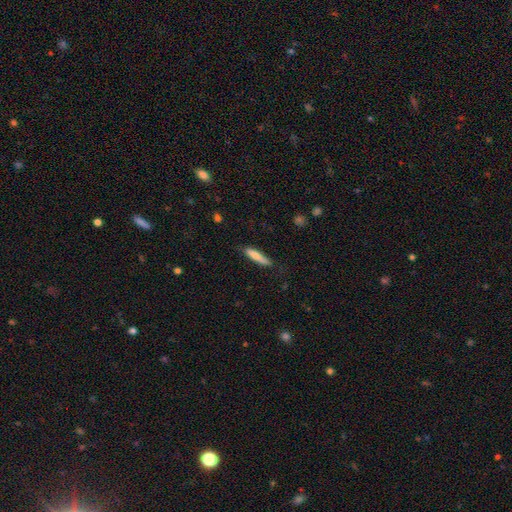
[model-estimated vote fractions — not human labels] smooth-or-featured: smooth: 76% | featured or disk: 18% | star or artifact: 6%
  how-rounded: cigar-shaped: 81% | in between: 17% | round: 1%
  merging: none: 73% | minor disturbance: 21% | major disturbance: 4% | merger: 2%